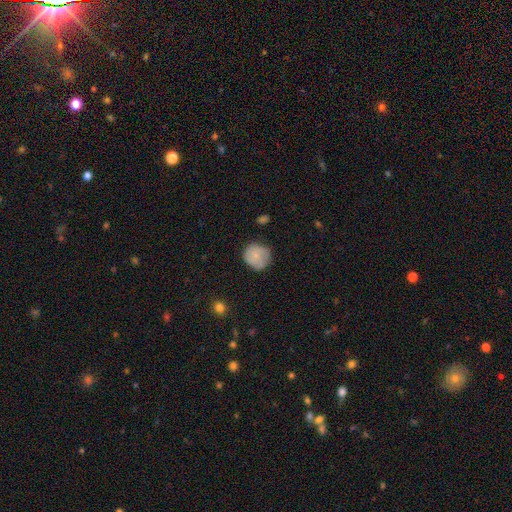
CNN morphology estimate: The model was most divided on "merging": none: 66%, minor disturbance: 26%, major disturbance: 6%, merger: 2%. More confident: how rounded — round (89%); smooth or featured — smooth (73%).